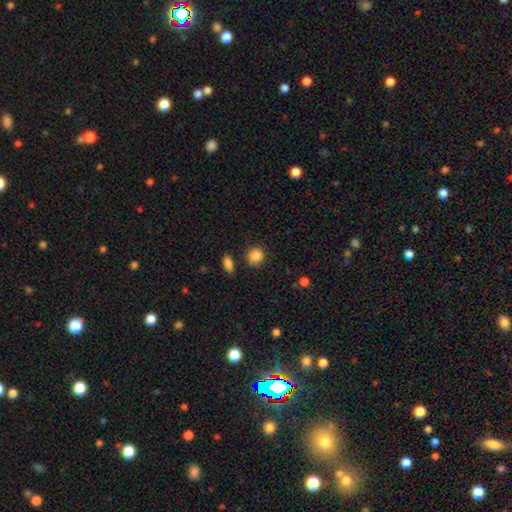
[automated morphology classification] A smooth galaxy with no disk features (87%) that is round (80%). Merging: none (83%).